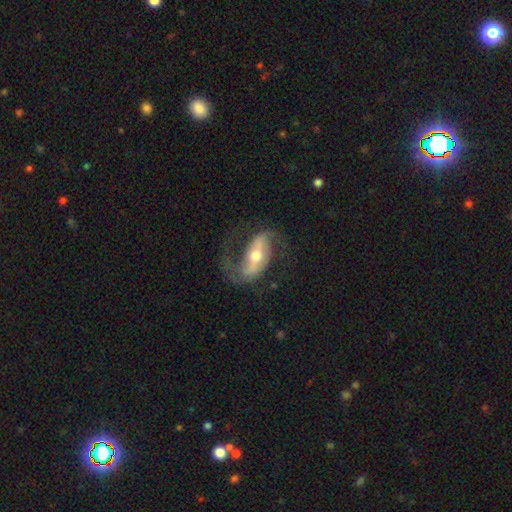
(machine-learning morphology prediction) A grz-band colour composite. It shows a featured or disk galaxy (86%) with a strong bar (48%), 2 (89%) loose (47%) spiral arms (95%) and a moderate central bulge (68%). Merging: none (68%).